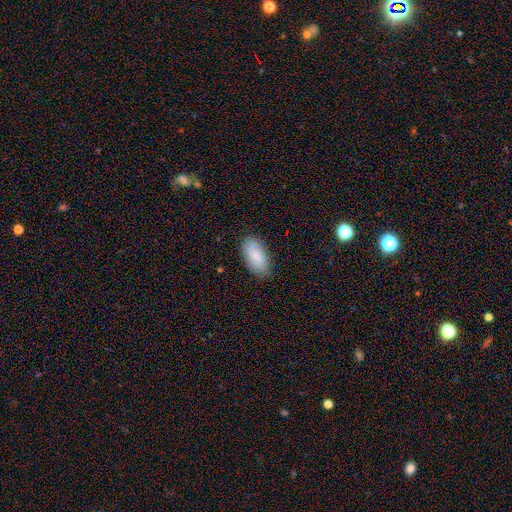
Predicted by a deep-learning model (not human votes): smooth 85%, featured or disk 9%, star or artifact 6%. Down the decision tree: how rounded — in between (94%); merging — none (83%).